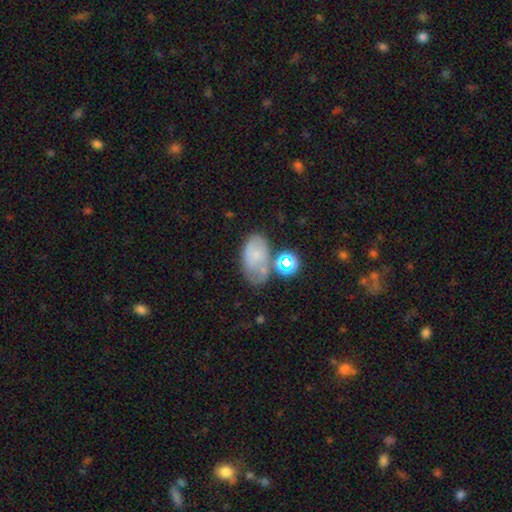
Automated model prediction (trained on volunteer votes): The model was most divided on "merging": none: 41%, minor disturbance: 26%, merger: 18%, major disturbance: 14%. More confident: how rounded — in between (87%); smooth or featured — smooth (54%).